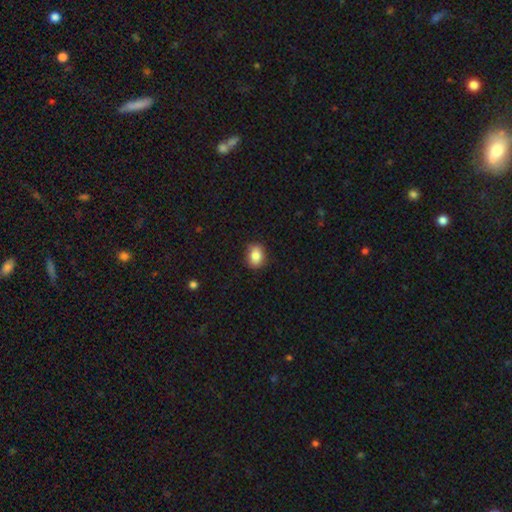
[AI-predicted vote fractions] Q: Smooth or featured?
A: smooth (86%); runner-up: star or artifact (8%)
Q: How rounded?
A: in between (66%); runner-up: round (33%)
Q: Merging?
A: none (84%); runner-up: minor disturbance (12%)